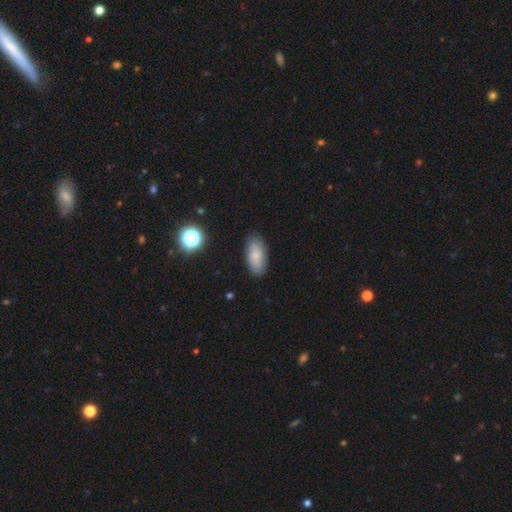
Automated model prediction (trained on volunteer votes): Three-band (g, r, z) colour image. It shows a smooth galaxy with no disk features (78%) that is in between round and cigar-shaped (88%). Merging: none (85%).